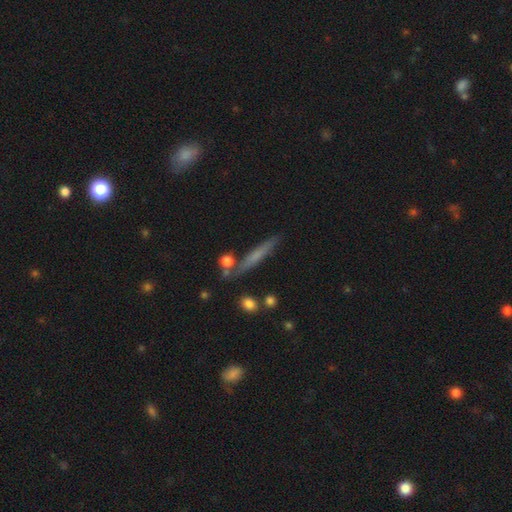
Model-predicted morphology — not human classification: smooth_or_featured: smooth (p=0.49) [alt: featured or disk p=0.42]
merging: none (p=0.82) [alt: minor disturbance p=0.10]